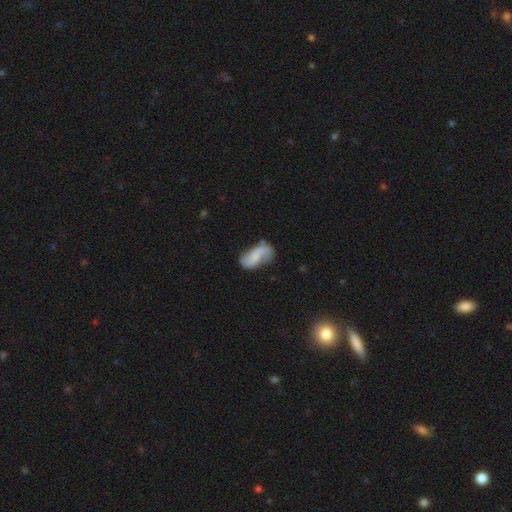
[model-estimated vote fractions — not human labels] Smooth or featured? featured or disk (62%)
Edge-on disk? no (96%)
Bar? no (43%)
Spiral arms? yes (88%)
Spiral winding? loose (65%)
Spiral arm count? 2 (85%)
Bulge size? none (49%)
Merging? none (54%)